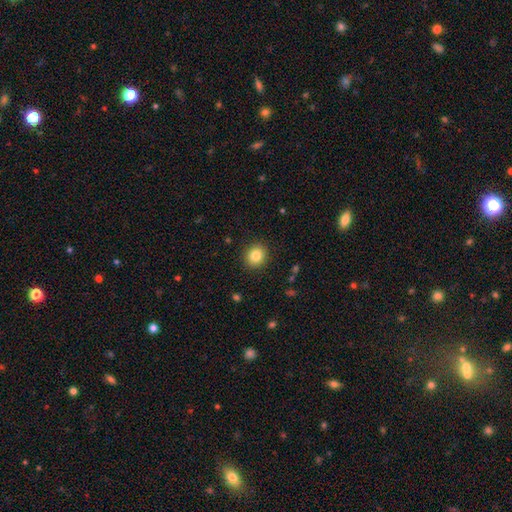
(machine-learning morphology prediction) Smooth or featured?
  - smooth: 83% *
  - star or artifact: 10%
  - featured or disk: 6%
How rounded?
  - round: 82% *
  - in between: 17%
  - cigar-shaped: 1%
Merging?
  - none: 90% *
  - minor disturbance: 7%
  - major disturbance: 2%
  - merger: 1%